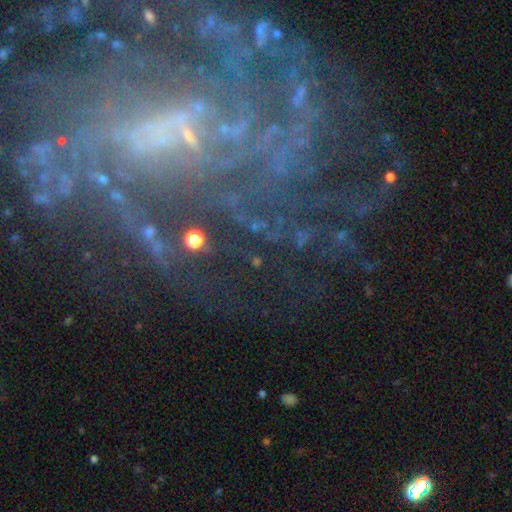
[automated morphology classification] A featured or disk galaxy (81%) with no bar (45%), tight (50%) spiral arms (90%) and a small central bulge (47%). Merging: none (61%).